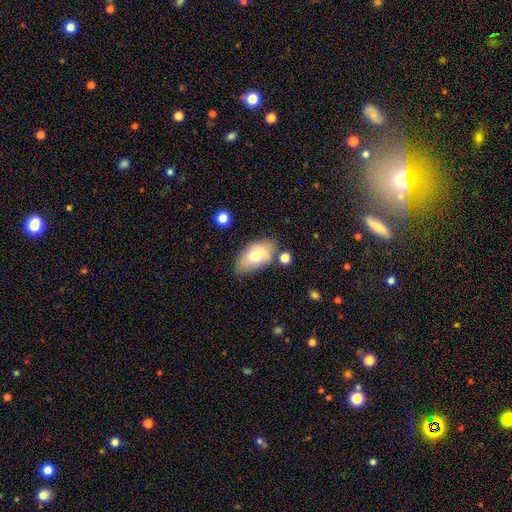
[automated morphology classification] A smooth galaxy with no disk features (70%) that is in between round and cigar-shaped (93%).

Vote fractions:
- Smooth or featured? smooth: 70% / featured or disk: 23% / star or artifact: 7%
- How rounded? in between: 93% / round: 5% / cigar-shaped: 3%
- Merging? none: 61% / minor disturbance: 24% / merger: 9% / major disturbance: 6%